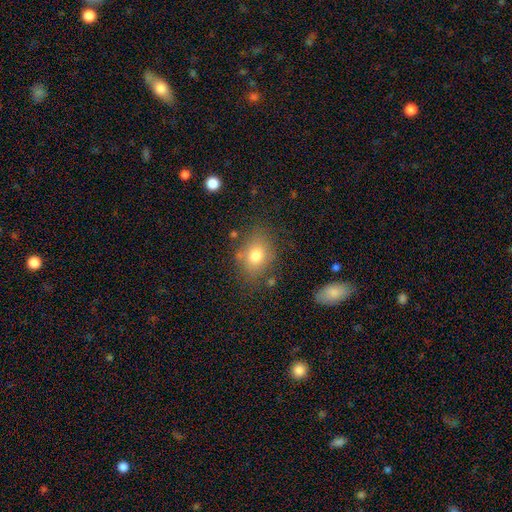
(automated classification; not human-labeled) smooth_or_featured: smooth (p=0.76) [alt: featured or disk p=0.13]
how_rounded: in between (p=0.60) [alt: round p=0.39]
merging: none (p=0.74) [alt: minor disturbance p=0.17]